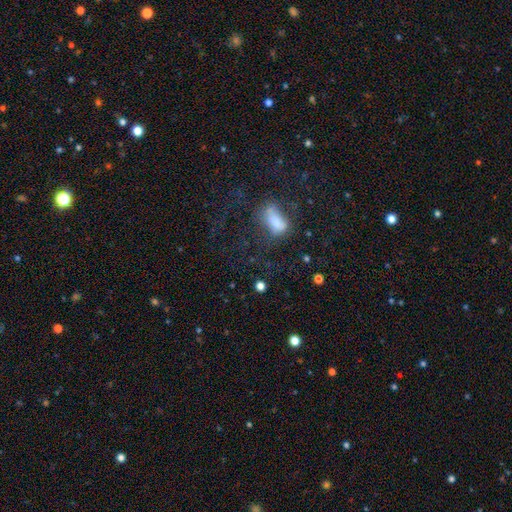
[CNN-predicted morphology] Smooth or featured: smooth — 42% (featured or disk — 30%)
Merging: none — 61% (major disturbance — 19%)